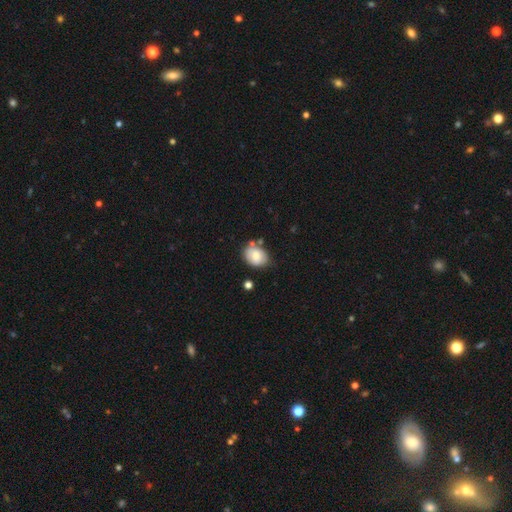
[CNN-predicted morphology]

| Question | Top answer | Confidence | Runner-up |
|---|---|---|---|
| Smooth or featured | smooth | 76% | featured or disk (16%) |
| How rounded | in between | 63% | round (36%) |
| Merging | none | 64% | minor disturbance (22%) |